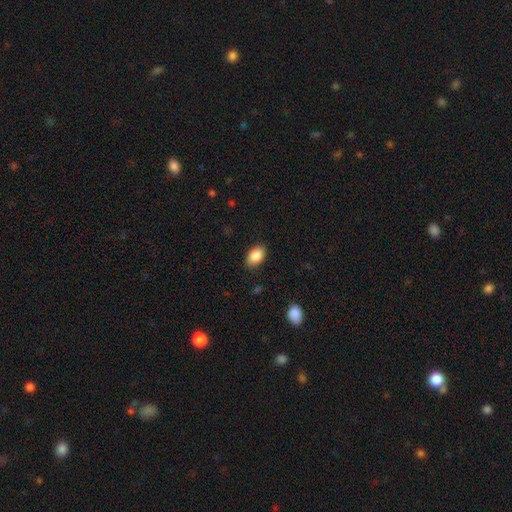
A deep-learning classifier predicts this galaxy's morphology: smooth 86%, star or artifact 8%, featured or disk 6%. Down the decision tree: how rounded — in between (88%); merging — none (87%).